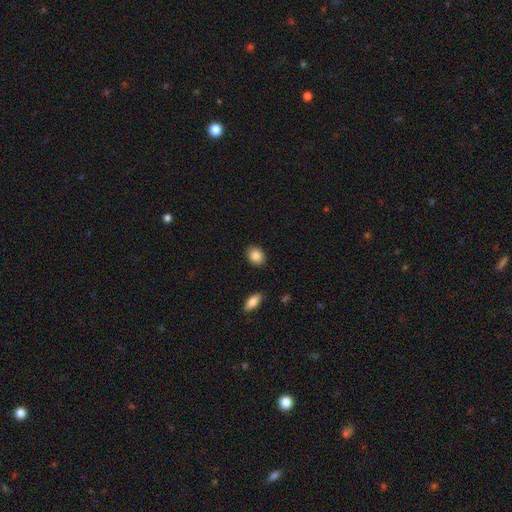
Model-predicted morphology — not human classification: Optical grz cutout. It shows a smooth galaxy with no disk features (85%) that is round (51%). Merging: none (90%).